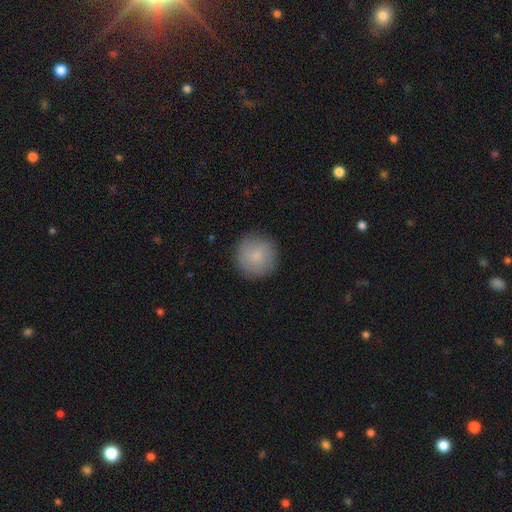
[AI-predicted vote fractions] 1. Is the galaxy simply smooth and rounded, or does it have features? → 81% smooth, 12% featured or disk, 7% star or artifact.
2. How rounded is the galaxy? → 94% round, 5% in between, 1% cigar-shaped.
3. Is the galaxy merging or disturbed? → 87% none, 10% minor disturbance, 3% major disturbance, 1% merger.